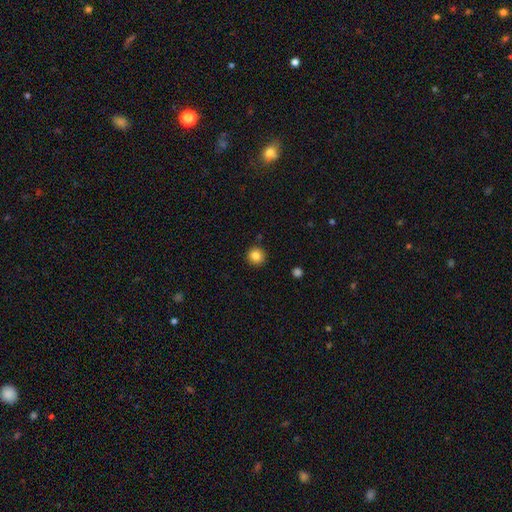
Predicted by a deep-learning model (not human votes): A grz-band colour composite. It shows a smooth galaxy with no disk features (84%) that is round (94%). Merging: none (91%).